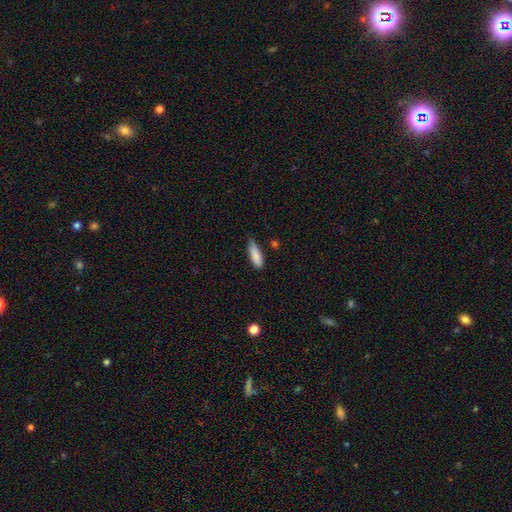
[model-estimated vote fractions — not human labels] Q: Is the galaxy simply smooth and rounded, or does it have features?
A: smooth — 86%.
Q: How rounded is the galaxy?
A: in between — 57%.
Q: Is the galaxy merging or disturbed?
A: none — 60%.